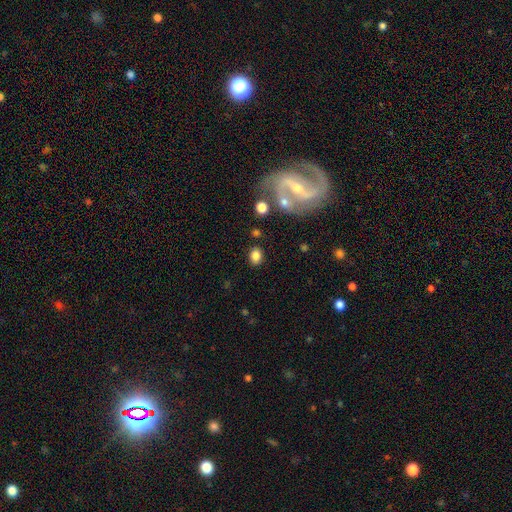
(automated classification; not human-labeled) A smooth galaxy with no disk features (83%) that is in between round and cigar-shaped (65%).

Vote fractions:
- Smooth or featured? smooth: 83% / star or artifact: 10% / featured or disk: 7%
- How rounded? in between: 65% / round: 34% / cigar-shaped: 1%
- Merging? none: 81% / minor disturbance: 10% / merger: 4% / major disturbance: 4%